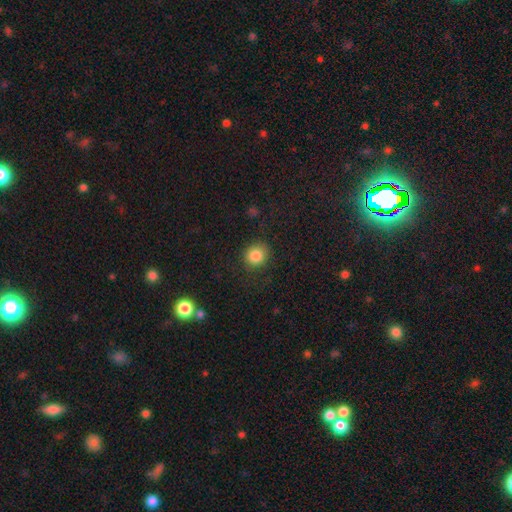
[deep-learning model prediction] A smooth galaxy with no disk features (85%) that is round (84%).

Vote fractions:
- Smooth or featured? smooth: 85% / star or artifact: 10% / featured or disk: 5%
- How rounded? round: 84% / in between: 15% / cigar-shaped: 1%
- Merging? none: 85% / minor disturbance: 10% / major disturbance: 4% / merger: 1%